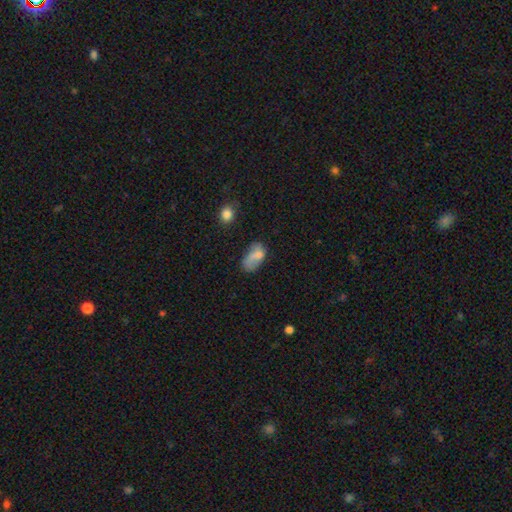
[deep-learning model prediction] Smooth or featured?
  - smooth: 66% *
  - featured or disk: 24%
  - star or artifact: 11%
How rounded?
  - in between: 91% *
  - round: 7%
  - cigar-shaped: 3%
Merging?
  - none: 37% *
  - minor disturbance: 28%
  - major disturbance: 21%
  - merger: 14%